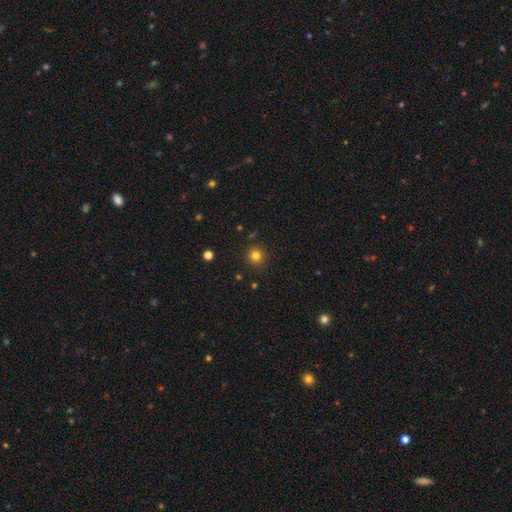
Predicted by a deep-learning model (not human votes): The model was most divided on "smooth or featured": smooth: 80%, star or artifact: 15%, featured or disk: 6%. More confident: how rounded — round (92%); merging — none (90%).